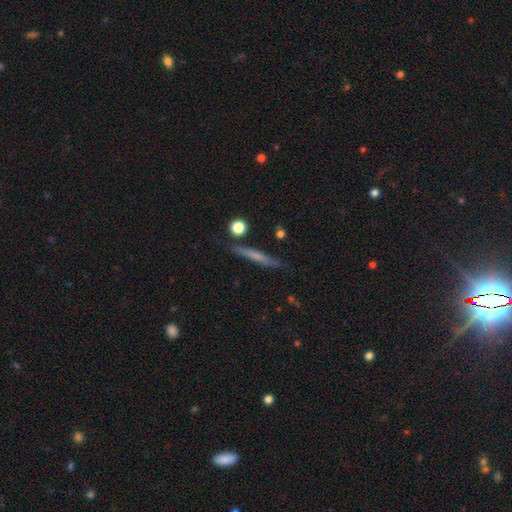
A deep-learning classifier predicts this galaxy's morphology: smooth-or-featured: smooth: 53% | featured or disk: 39% | star or artifact: 8%
  how-rounded: cigar-shaped: 92% | in between: 5% | round: 3%
  merging: none: 84% | minor disturbance: 11% | merger: 3% | major disturbance: 3%